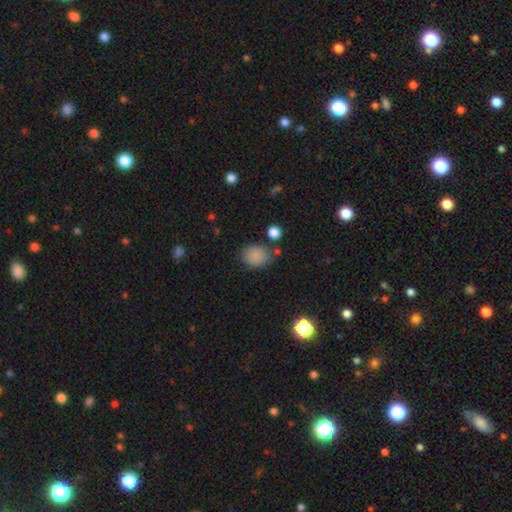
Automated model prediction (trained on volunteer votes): This appears to be a smooth galaxy with no disk features (84%) that is in between round and cigar-shaped (59%). Merging: none (72%).